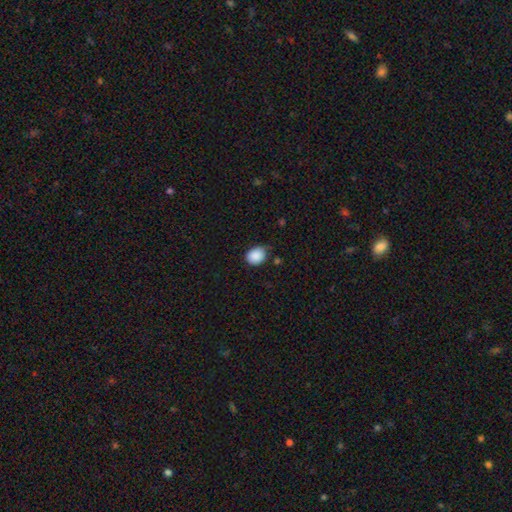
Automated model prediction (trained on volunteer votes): smooth_or_featured: smooth (p=0.88) [alt: star or artifact p=0.09]
how_rounded: round (p=0.55) [alt: in between p=0.44]
merging: none (p=0.69) [alt: minor disturbance p=0.25]